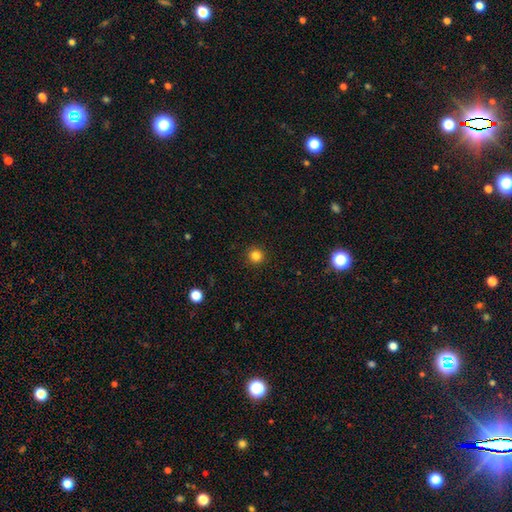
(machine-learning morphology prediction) This is clearly a smooth galaxy (83%). How rounded: clearly round (95%). Merging: clearly none (93%).